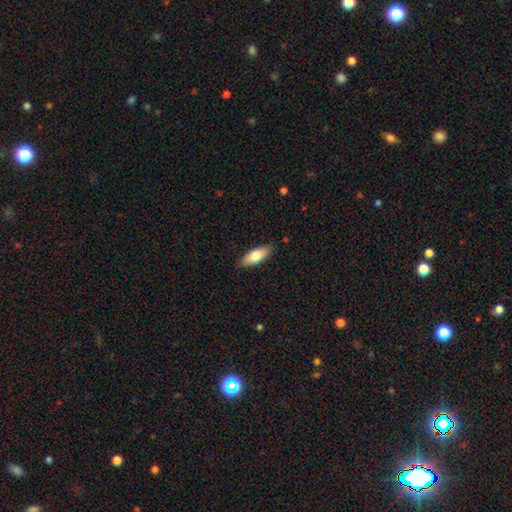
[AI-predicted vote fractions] This is likely a smooth galaxy (76%). How rounded: likely in between (73%). Merging: clearly none (87%).